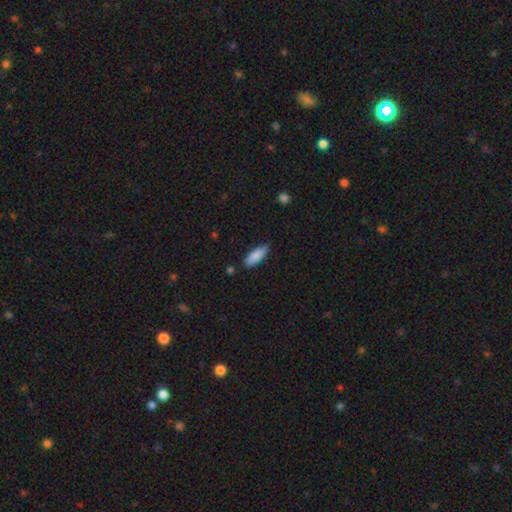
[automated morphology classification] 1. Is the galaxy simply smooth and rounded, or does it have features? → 86% smooth, 8% featured or disk, 6% star or artifact.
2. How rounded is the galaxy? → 57% in between, 41% cigar-shaped, 2% round.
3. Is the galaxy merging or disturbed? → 82% none, 14% minor disturbance, 2% major disturbance, 2% merger.